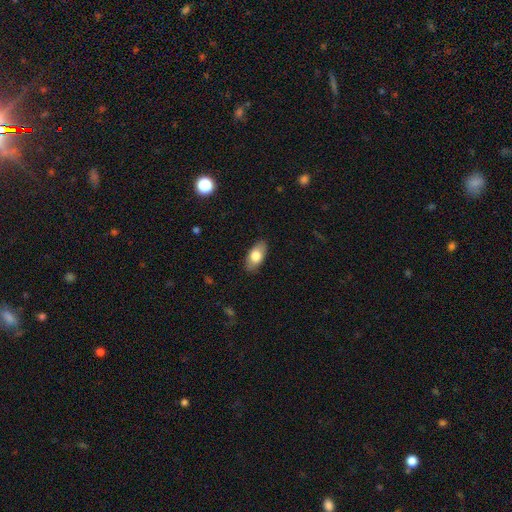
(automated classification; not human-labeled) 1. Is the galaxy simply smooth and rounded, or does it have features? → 76% smooth, 17% featured or disk, 6% star or artifact.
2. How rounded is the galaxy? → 90% in between, 6% cigar-shaped, 4% round.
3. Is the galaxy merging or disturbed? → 87% none, 10% minor disturbance, 2% major disturbance, 1% merger.